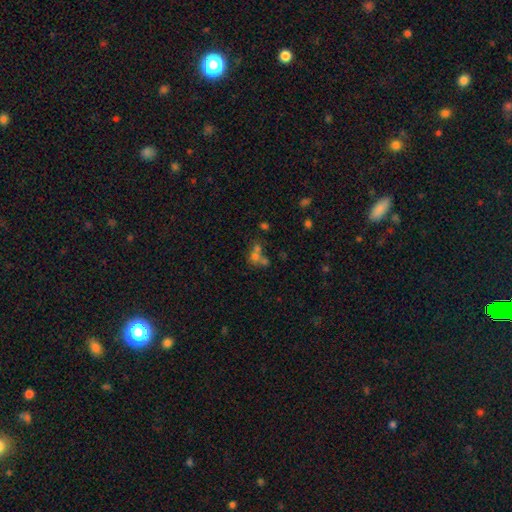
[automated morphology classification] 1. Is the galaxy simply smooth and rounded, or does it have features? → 51% smooth, 26% star or artifact, 23% featured or disk.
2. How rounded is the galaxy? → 62% round, 35% in between, 3% cigar-shaped.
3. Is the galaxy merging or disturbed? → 51% merger, 34% none, 8% minor disturbance, 7% major disturbance.